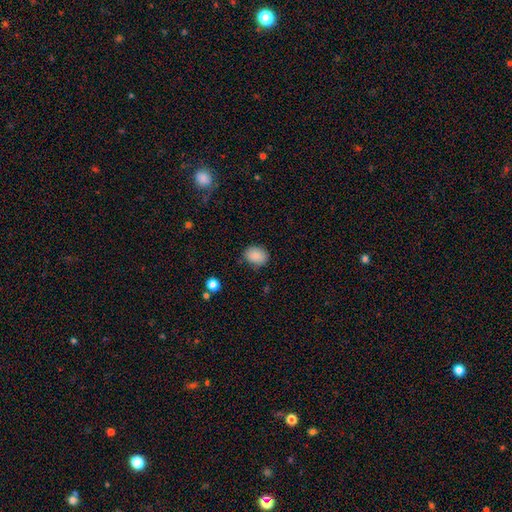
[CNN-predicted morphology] type=smooth (88%); roundness=in between (53%); merging=none (82%).